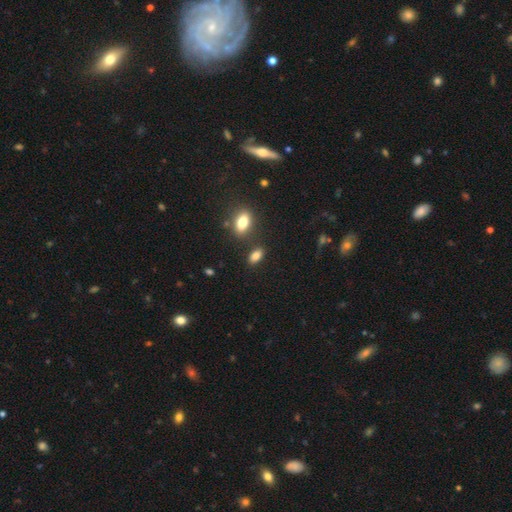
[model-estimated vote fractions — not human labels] Q: Smooth or featured?
A: smooth (84%); runner-up: star or artifact (10%)
Q: How rounded?
A: in between (87%); runner-up: cigar-shaped (7%)
Q: Merging?
A: none (77%); runner-up: minor disturbance (11%)